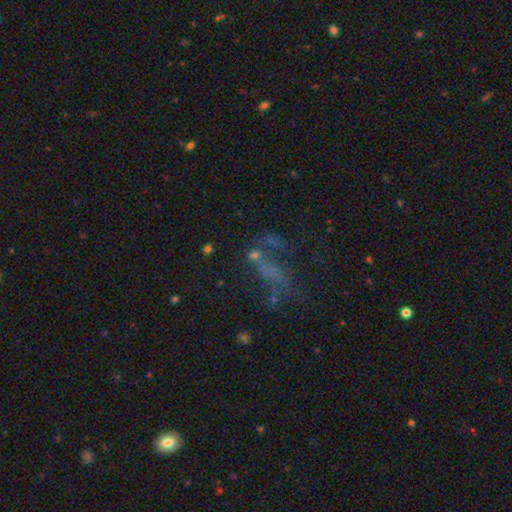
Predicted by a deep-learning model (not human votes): Q: Smooth or featured?
A: smooth (34%); tied with: featured or disk (34%)
Q: Merging?
A: none (36%); runner-up: major disturbance (29%)